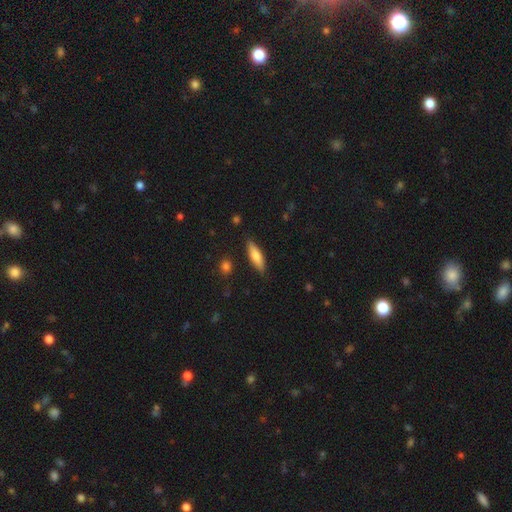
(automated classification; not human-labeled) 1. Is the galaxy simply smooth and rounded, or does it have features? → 69% smooth, 25% featured or disk, 6% star or artifact.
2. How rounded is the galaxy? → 62% cigar-shaped, 36% in between, 2% round.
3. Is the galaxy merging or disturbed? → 86% none, 10% minor disturbance, 2% major disturbance, 2% merger.